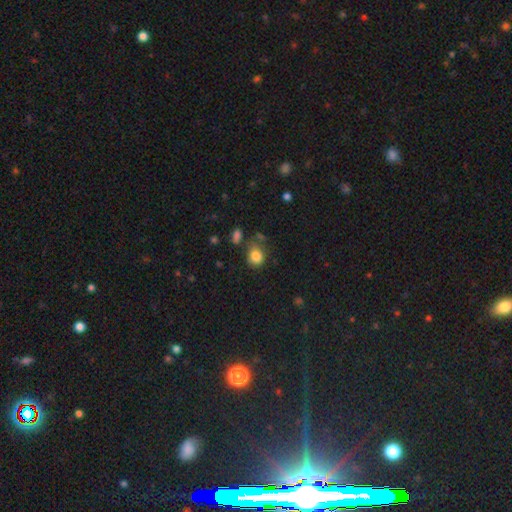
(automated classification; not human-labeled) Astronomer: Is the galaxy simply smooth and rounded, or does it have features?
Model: smooth — 83%.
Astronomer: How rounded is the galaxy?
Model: round — 60% (runner-up: in between, 39%).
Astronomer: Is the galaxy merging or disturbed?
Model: none — 63%.